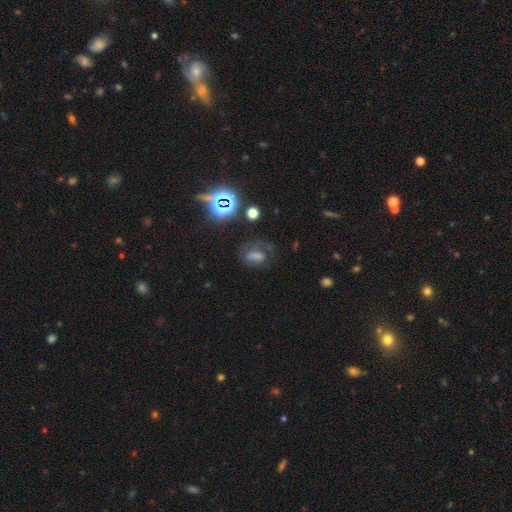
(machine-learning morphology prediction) smooth-or-featured: smooth: 48% | star or artifact: 27% | featured or disk: 25%
  merging: none: 45% | major disturbance: 27% | minor disturbance: 23% | merger: 4%